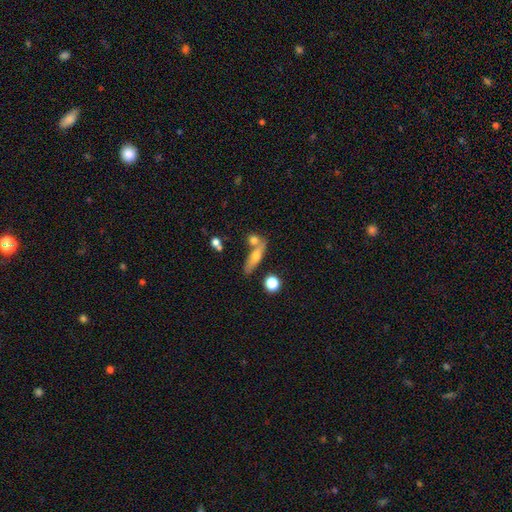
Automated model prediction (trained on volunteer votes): Smooth or featured?
  - smooth: 56% *
  - featured or disk: 36%
  - star or artifact: 9%
How rounded?
  - cigar-shaped: 62% *
  - in between: 32%
  - round: 6%
Merging?
  - none: 59% *
  - merger: 24%
  - minor disturbance: 12%
  - major disturbance: 5%